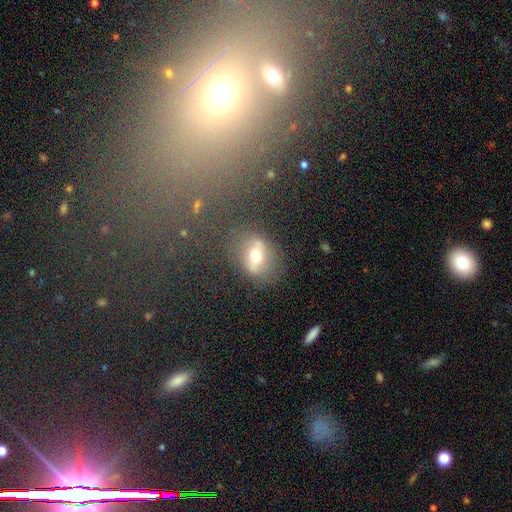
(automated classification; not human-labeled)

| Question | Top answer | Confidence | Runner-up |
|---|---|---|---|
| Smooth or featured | smooth | 48% | featured or disk (40%) |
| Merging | none | 74% | minor disturbance (15%) |